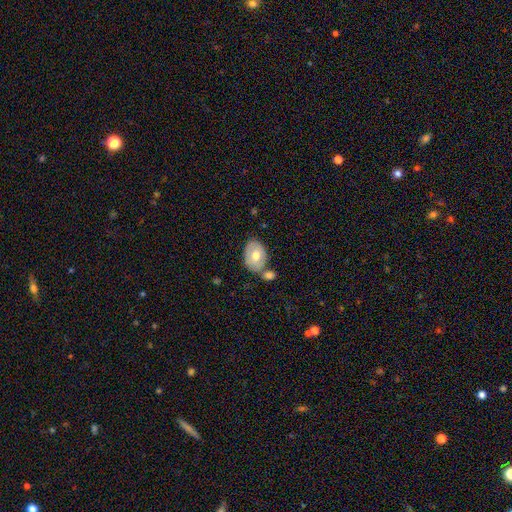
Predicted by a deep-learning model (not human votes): Overall: smooth (65%; featured or disk 29%). How rounded: in between (80%). Merging: none (54%; merger 25%).